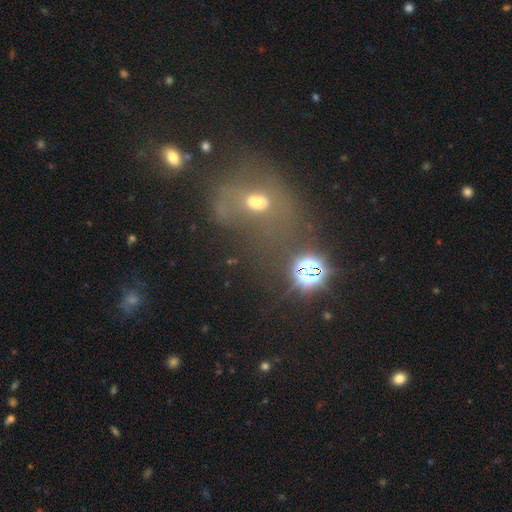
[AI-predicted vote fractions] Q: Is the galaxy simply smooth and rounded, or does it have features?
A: smooth — 40%, tied with star or artifact.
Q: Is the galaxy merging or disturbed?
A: none — 41%.